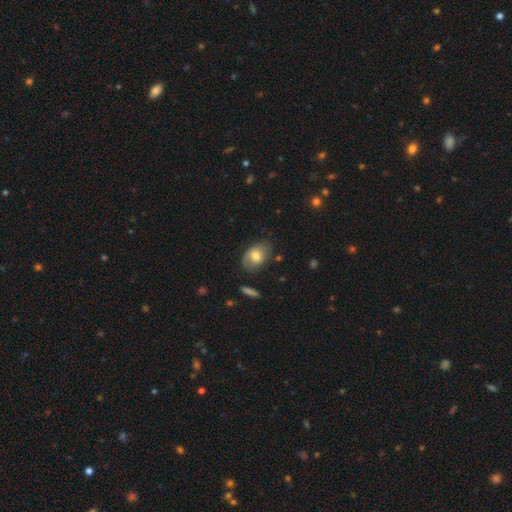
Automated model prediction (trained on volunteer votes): Smooth or featured? smooth (68%)
How rounded? in between (82%)
Merging? none (68%)